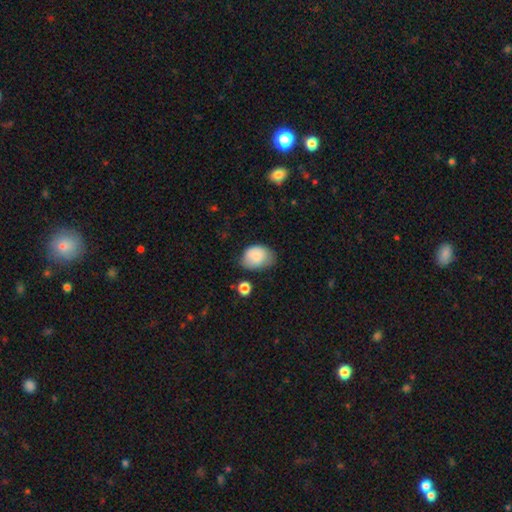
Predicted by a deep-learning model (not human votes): Smooth or featured? smooth (82%)
How rounded? in between (70%)
Merging? none (50%)